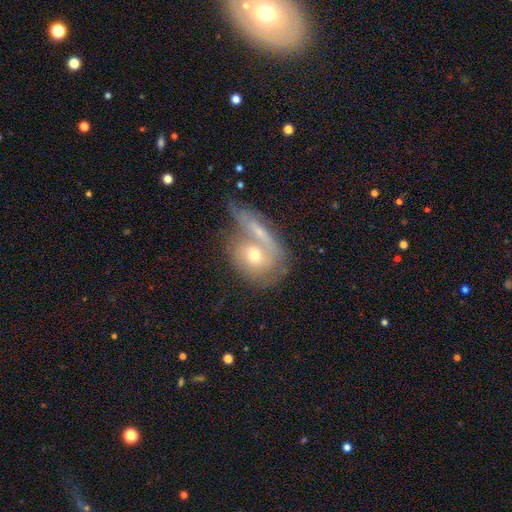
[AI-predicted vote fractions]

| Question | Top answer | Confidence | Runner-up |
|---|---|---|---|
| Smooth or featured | featured or disk | 47% | smooth (44%) |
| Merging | merger | 51% | none (31%) |